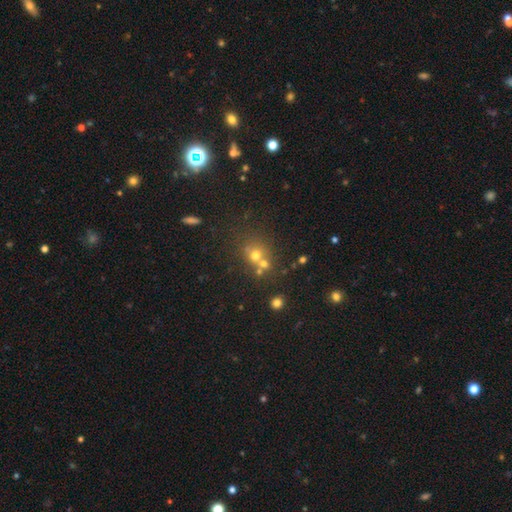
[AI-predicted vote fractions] The model was most divided on "merging": none: 50%, merger: 37%, minor disturbance: 9%, major disturbance: 4%. More confident: how rounded — round (81%); smooth or featured — smooth (55%).